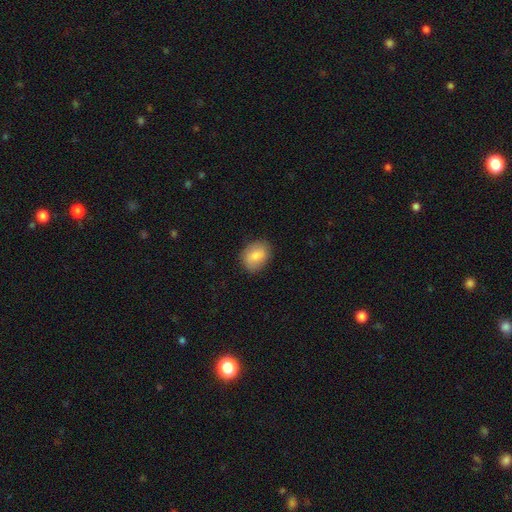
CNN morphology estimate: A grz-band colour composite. It shows a smooth galaxy with no disk features (81%) that is in between round and cigar-shaped (62%). Merging: none (83%).